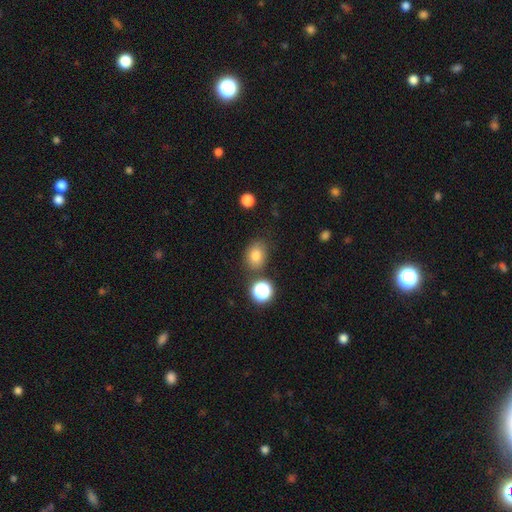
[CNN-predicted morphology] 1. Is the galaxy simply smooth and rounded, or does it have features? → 79% smooth, 13% star or artifact, 8% featured or disk.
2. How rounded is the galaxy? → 56% in between, 43% round, 1% cigar-shaped.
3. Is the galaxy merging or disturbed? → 75% none, 15% minor disturbance, 6% merger, 4% major disturbance.